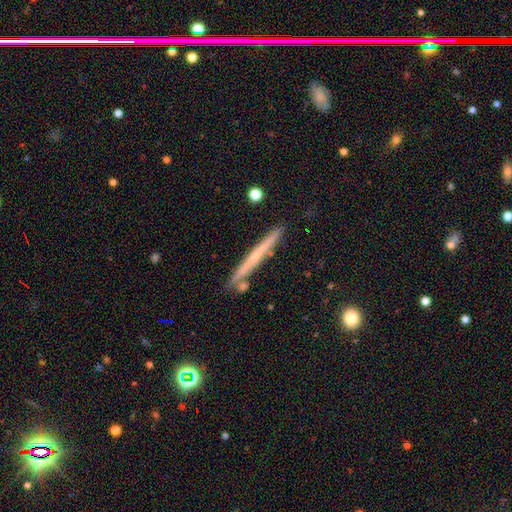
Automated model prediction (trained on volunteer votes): featured or disk 55%, smooth 38%, star or artifact 7%. Down the decision tree: edge-on disk — yes (96%); edge-on bulge — none (68%); merging — none (85%).